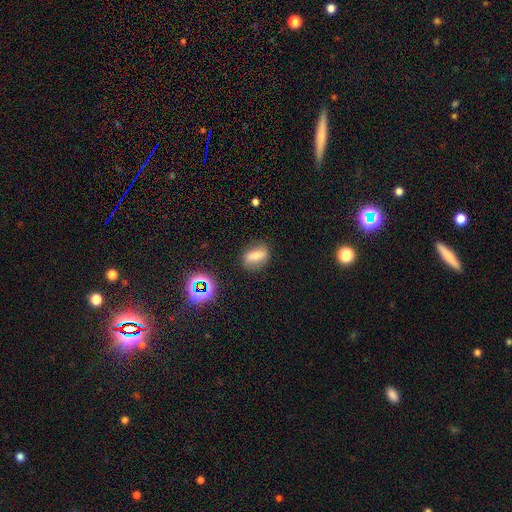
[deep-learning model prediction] Smooth or featured? Predicted: smooth (p=0.58). How rounded? Predicted: in between (p=0.71). Merging? Predicted: none (p=0.78).